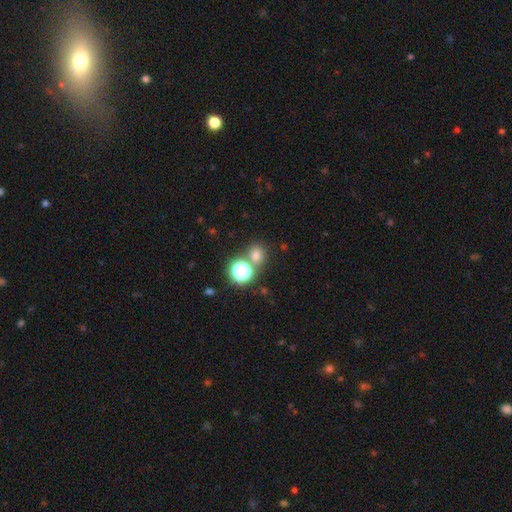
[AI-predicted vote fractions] Smooth or featured?
  - smooth: 69% *
  - star or artifact: 24%
  - featured or disk: 7%
How rounded?
  - round: 76% *
  - in between: 23%
  - cigar-shaped: 1%
Merging?
  - none: 70% *
  - merger: 18%
  - minor disturbance: 8%
  - major disturbance: 3%